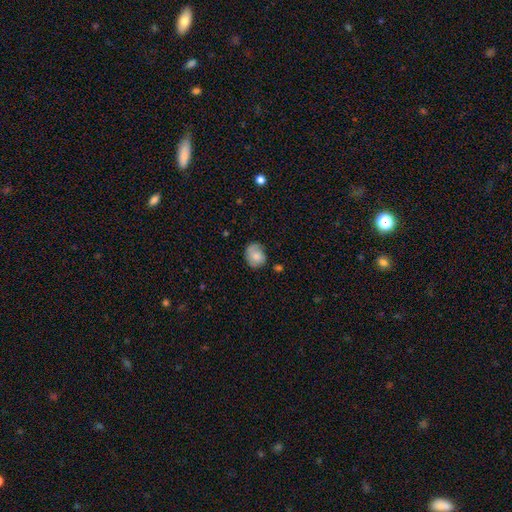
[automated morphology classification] type=smooth (69%); roundness=round (54%); merging=none (60%).